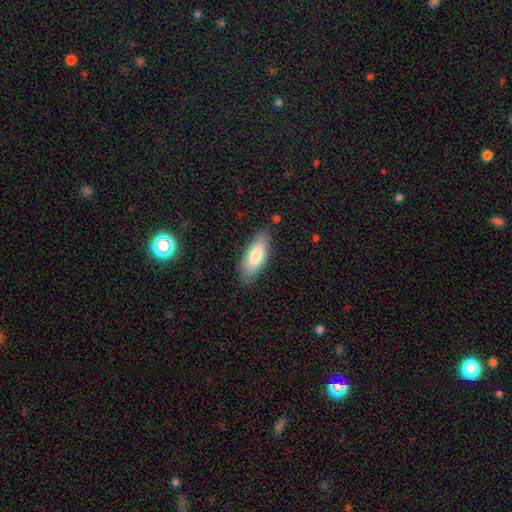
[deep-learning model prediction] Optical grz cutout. It shows a smooth galaxy with no disk features (79%) that is in between round and cigar-shaped (70%). Merging: none (84%).